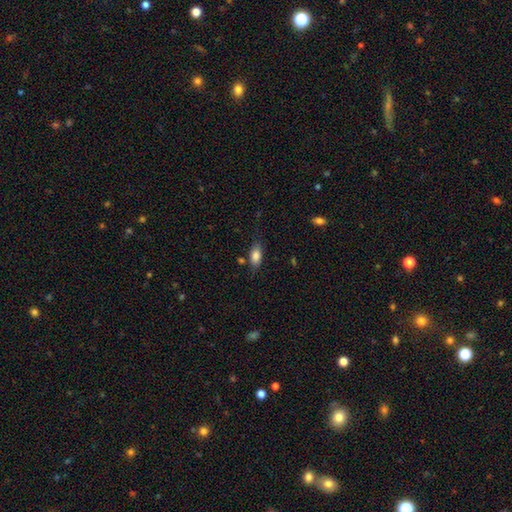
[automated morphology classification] This appears to be a smooth galaxy with no disk features (83%) that is in between round and cigar-shaped (88%). Merging: none (73%).